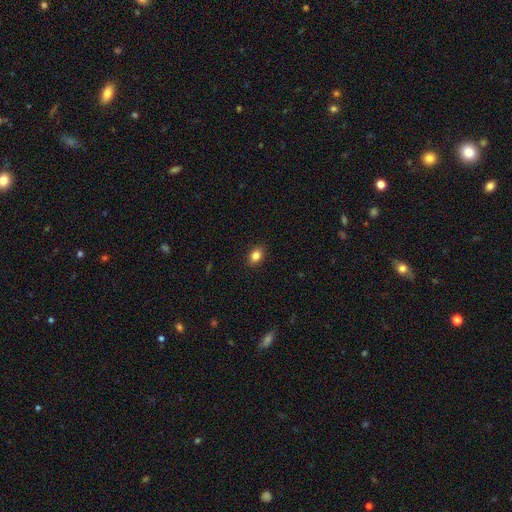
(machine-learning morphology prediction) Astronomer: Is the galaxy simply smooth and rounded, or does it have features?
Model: smooth — 84%.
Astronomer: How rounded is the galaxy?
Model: in between — 68%.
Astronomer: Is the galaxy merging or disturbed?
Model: none — 90%.